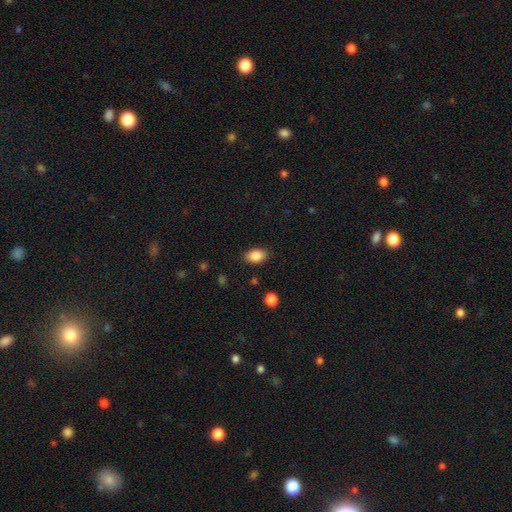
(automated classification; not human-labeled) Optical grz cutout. It shows a smooth galaxy with no disk features (87%) that is in between round and cigar-shaped (86%). Merging: none (86%).